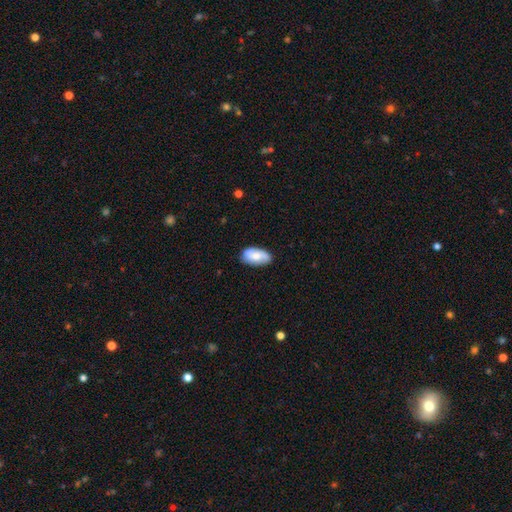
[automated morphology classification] Smooth or featured? Predicted: smooth (p=0.64). How rounded? Predicted: in between (p=0.94). Merging? Predicted: none (p=0.78).